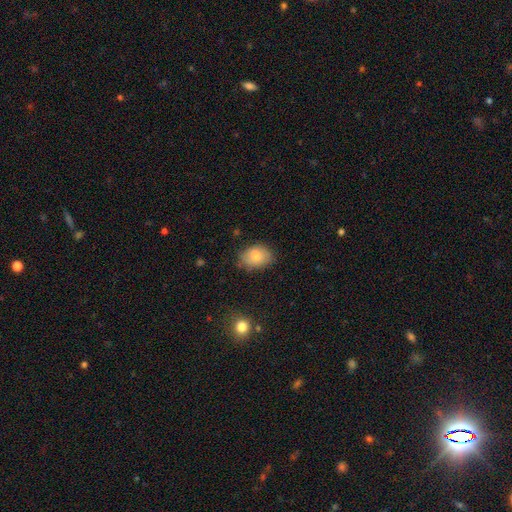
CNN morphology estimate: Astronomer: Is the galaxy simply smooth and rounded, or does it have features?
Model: smooth — 78%.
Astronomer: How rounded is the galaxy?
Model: in between — 79%.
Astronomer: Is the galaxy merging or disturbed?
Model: none — 71%.